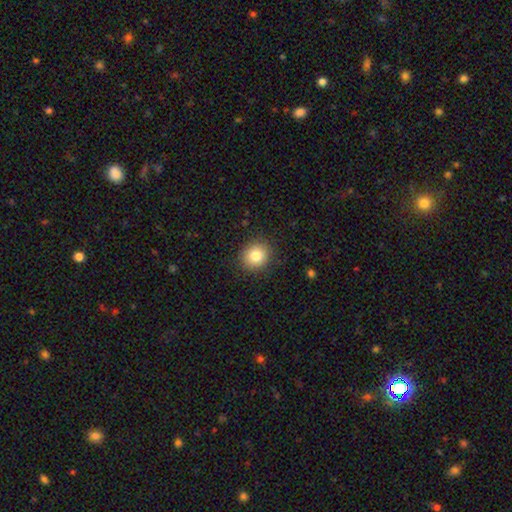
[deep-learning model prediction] smooth_or_featured: smooth (p=0.82) [alt: star or artifact p=0.10]
how_rounded: round (p=0.79) [alt: in between p=0.20]
merging: none (p=0.88) [alt: minor disturbance p=0.08]